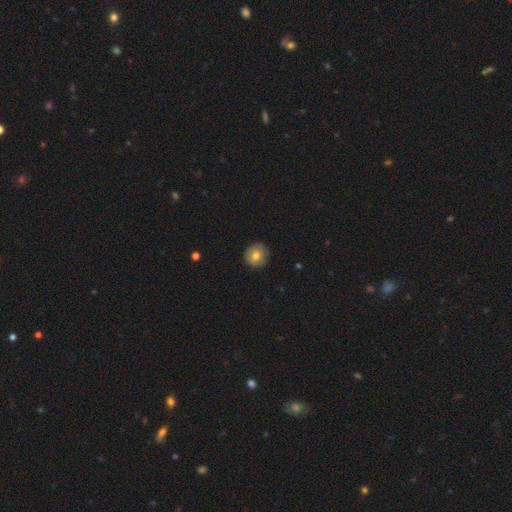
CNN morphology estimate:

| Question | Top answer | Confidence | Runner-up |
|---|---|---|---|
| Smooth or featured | smooth | 78% | featured or disk (13%) |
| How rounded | round | 92% | in between (7%) |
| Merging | none | 89% | minor disturbance (8%) |